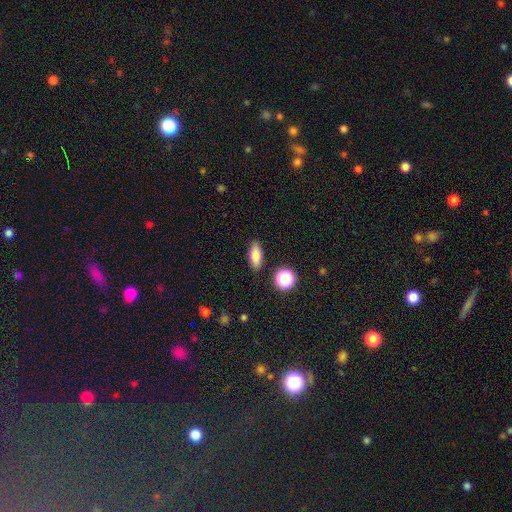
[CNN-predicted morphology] Smooth or featured? Predicted: smooth (p=0.81). How rounded? Predicted: in between (p=0.76). Merging? Predicted: none (p=0.87).